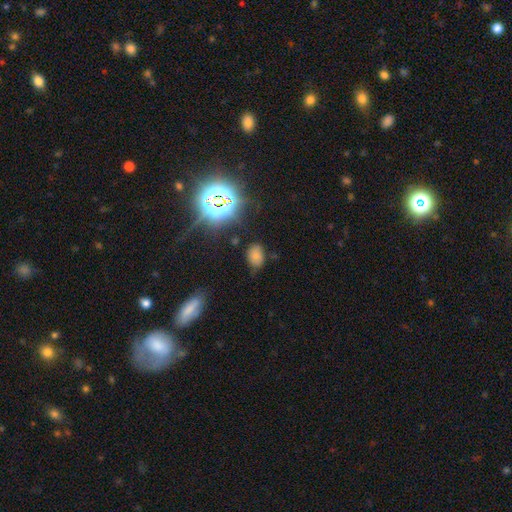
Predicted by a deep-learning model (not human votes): A smooth galaxy with no disk features (67%) that is in between round and cigar-shaped (81%).

Vote fractions:
- Smooth or featured? smooth: 67% / star or artifact: 24% / featured or disk: 9%
- How rounded? in between: 81% / round: 18% / cigar-shaped: 1%
- Merging? none: 73% / minor disturbance: 19% / major disturbance: 6% / merger: 3%